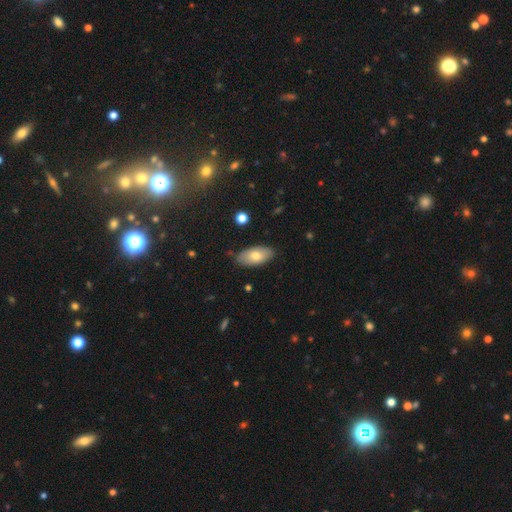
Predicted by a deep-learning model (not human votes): This appears to be a smooth galaxy with no disk features (73%) that is in between round and cigar-shaped (91%). Merging: none (83%).